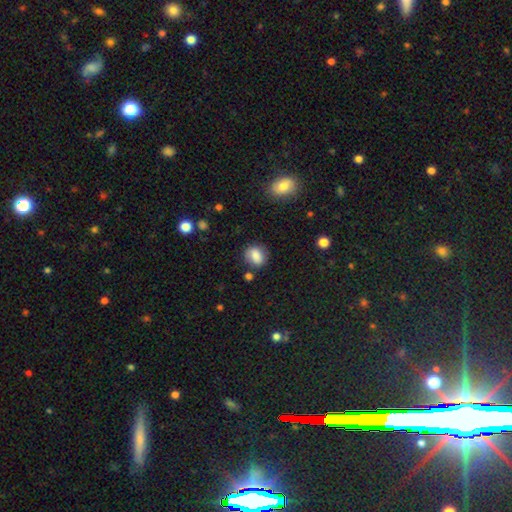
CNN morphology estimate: The model was most divided on "how rounded": round: 58%, in between: 40%, cigar-shaped: 1%. More confident: smooth or featured — smooth (80%); merging — none (76%).